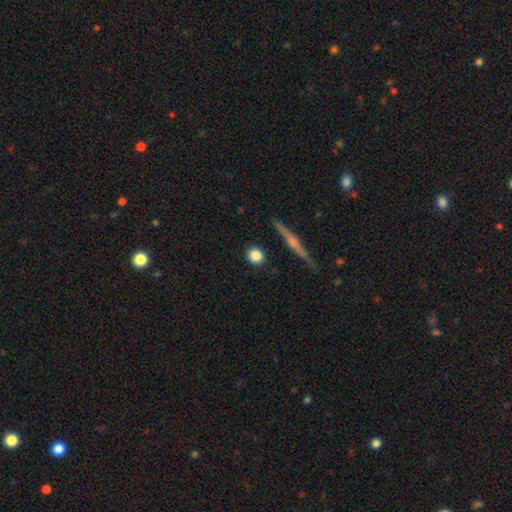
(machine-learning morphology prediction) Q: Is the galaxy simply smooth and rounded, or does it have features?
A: smooth — 82%.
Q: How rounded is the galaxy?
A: round — 90%.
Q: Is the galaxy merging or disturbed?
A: none — 89%.